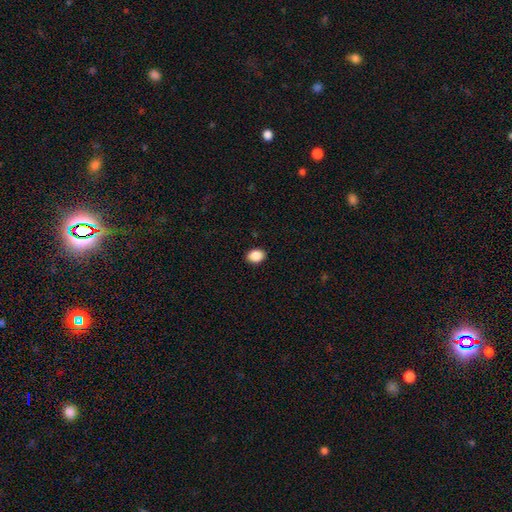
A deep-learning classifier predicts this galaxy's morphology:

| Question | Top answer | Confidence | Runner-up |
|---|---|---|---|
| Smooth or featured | smooth | 89% | star or artifact (8%) |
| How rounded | in between | 63% | round (36%) |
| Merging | none | 90% | minor disturbance (7%) |